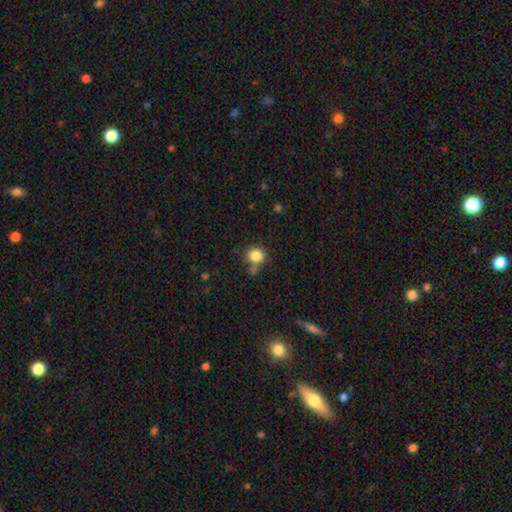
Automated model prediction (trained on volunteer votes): This is clearly a smooth galaxy (85%). How rounded: likely round (73%). Merging: likely none (71%).